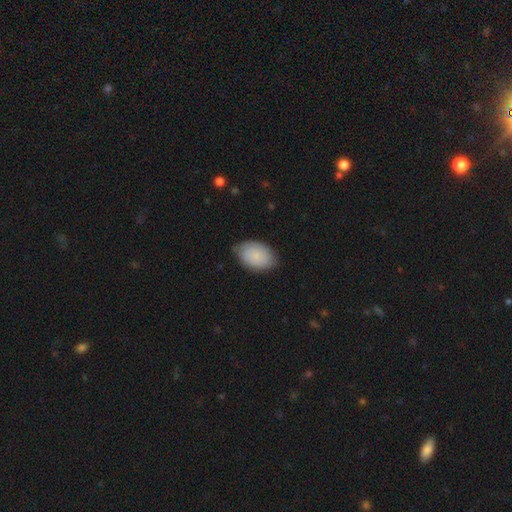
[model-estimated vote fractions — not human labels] Q: Smooth or featured?
A: smooth (80%); runner-up: featured or disk (13%)
Q: How rounded?
A: in between (87%); runner-up: round (11%)
Q: Merging?
A: none (72%); runner-up: minor disturbance (23%)